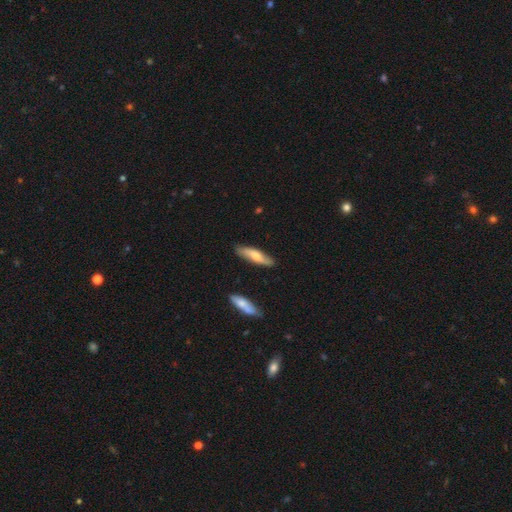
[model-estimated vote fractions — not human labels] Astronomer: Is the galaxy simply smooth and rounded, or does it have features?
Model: smooth — 57% (runner-up: featured or disk, 37%).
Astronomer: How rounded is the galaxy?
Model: cigar-shaped — 64%.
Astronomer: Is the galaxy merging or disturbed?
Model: none — 84%.